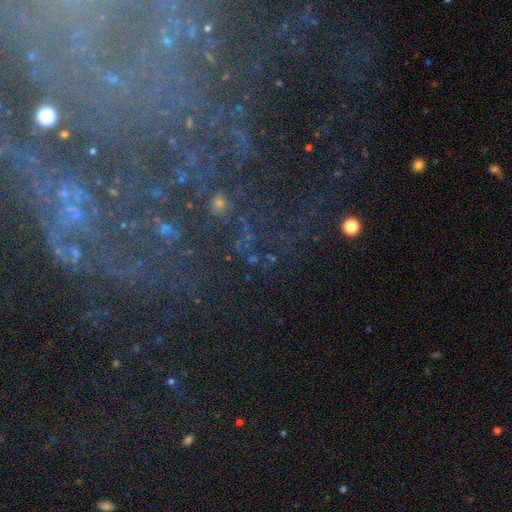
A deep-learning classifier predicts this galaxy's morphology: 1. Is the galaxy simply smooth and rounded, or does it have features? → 50% star or artifact, 34% featured or disk, 16% smooth.